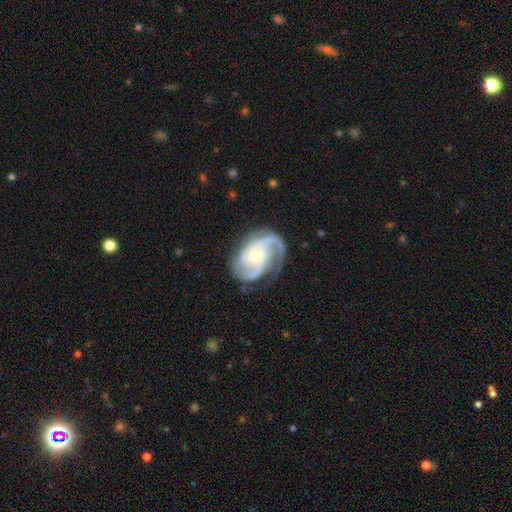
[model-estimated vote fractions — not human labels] This is clearly a featured or disk galaxy (91%). It is clearly not viewed edge-on (98%). Bar: likely no (63%). Spiral arm pattern: clearly yes (98%). Spiral arm count: possibly 2 (58%). Spiral winding: possibly medium (46%). Central bulge: possibly moderate (49%). Merging: likely none (67%).